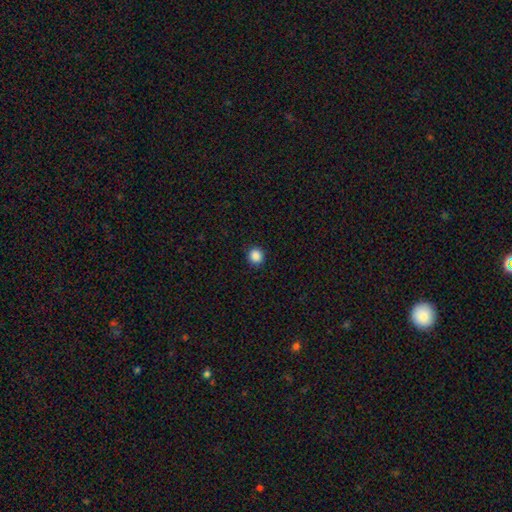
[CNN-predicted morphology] smooth 88%, star or artifact 10%, featured or disk 2%. Down the decision tree: how rounded — round (88%); merging — none (91%).